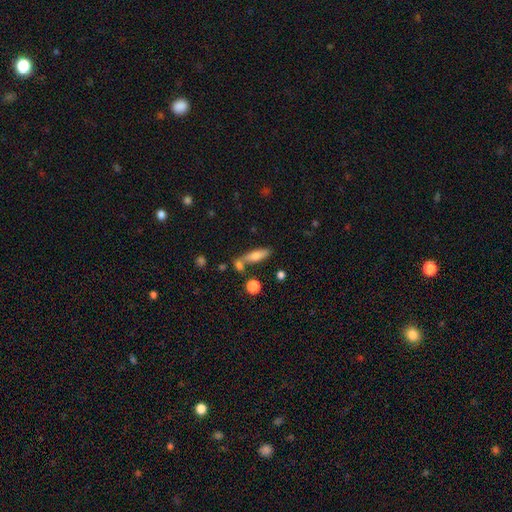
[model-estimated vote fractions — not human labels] This is likely a smooth galaxy (71%). How rounded: possibly cigar-shaped (50%). Merging: likely none (62%).